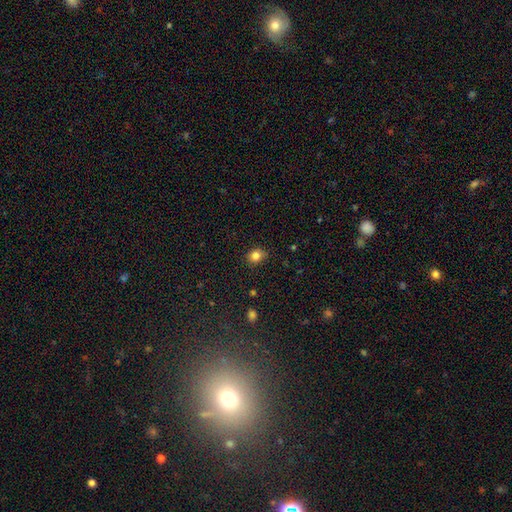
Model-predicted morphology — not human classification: This appears to be a smooth galaxy with no disk features (83%) that is round (71%). Merging: none (81%).